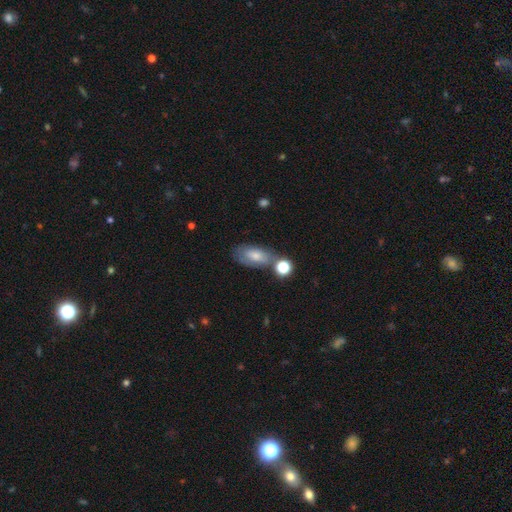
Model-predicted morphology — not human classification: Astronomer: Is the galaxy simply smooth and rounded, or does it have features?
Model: smooth — 69%.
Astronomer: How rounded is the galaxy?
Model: in between — 86%.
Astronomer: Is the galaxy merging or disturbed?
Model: none — 55%.